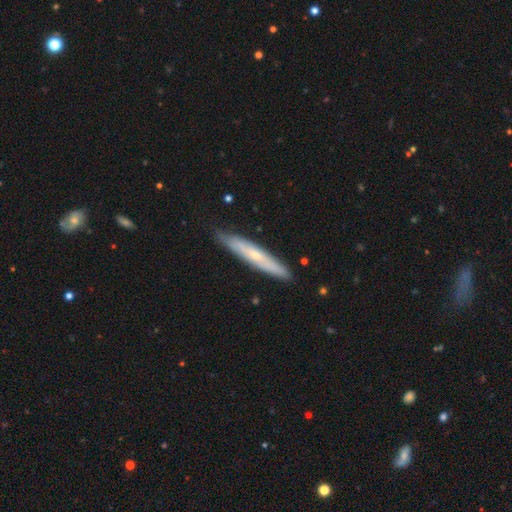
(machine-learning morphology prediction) The model was most divided on "smooth or featured": featured or disk: 51%, smooth: 43%, star or artifact: 6%. More confident: merging — none (85%); edge-on disk — yes (83%).